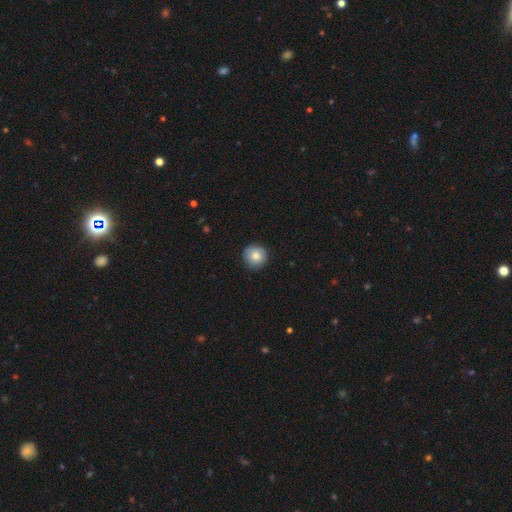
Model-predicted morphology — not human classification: A smooth galaxy with no disk features (82%) that is round (95%). Merging: none (88%).